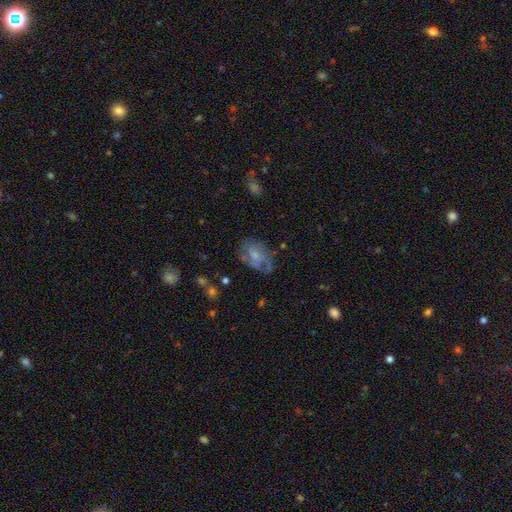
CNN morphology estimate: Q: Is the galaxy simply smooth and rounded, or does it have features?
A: smooth — 48%.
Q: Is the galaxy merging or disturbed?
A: none — 52%.